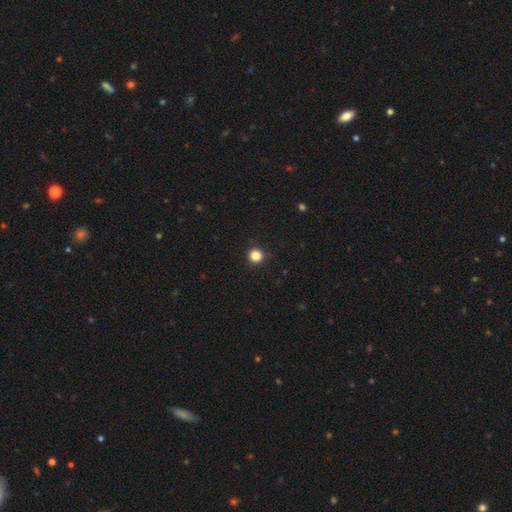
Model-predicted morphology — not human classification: Q: Smooth or featured?
A: smooth (85%); runner-up: star or artifact (12%)
Q: How rounded?
A: round (96%); runner-up: in between (3%)
Q: Merging?
A: none (92%); runner-up: minor disturbance (6%)